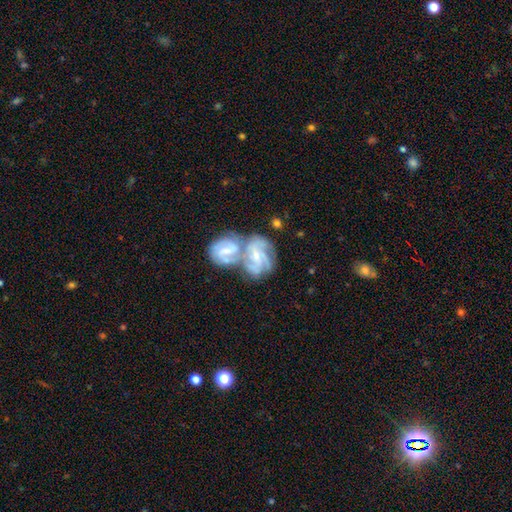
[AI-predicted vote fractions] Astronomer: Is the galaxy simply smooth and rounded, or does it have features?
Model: featured or disk — 86%.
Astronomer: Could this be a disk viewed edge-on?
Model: no — 97%.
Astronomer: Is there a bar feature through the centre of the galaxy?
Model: weak — 45% (runner-up: no, 35%).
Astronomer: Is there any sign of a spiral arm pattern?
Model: yes — 97%.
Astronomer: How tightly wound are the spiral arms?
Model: tight — 47% (runner-up: medium, 44%).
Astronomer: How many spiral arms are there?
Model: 3 — 45%.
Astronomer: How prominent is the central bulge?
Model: small — 60%.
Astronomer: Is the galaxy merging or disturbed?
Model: merger — 69%.